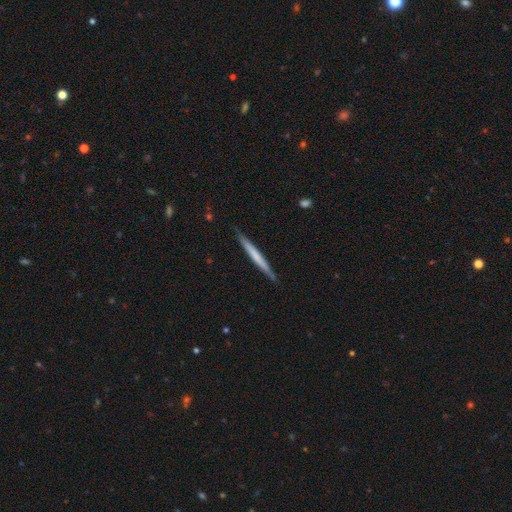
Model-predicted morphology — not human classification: Smooth or featured: smooth — 53% (featured or disk — 42%)
How rounded: cigar-shaped — 97% (in between — 2%)
Merging: none — 88% (minor disturbance — 10%)